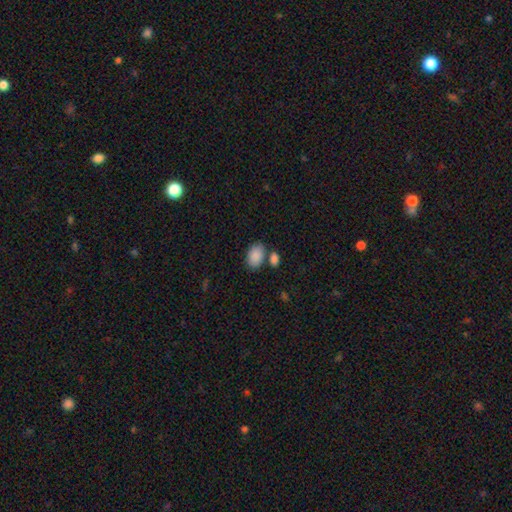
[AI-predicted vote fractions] Overall: smooth (88%). How rounded: in between (86%). Merging: none (65%).